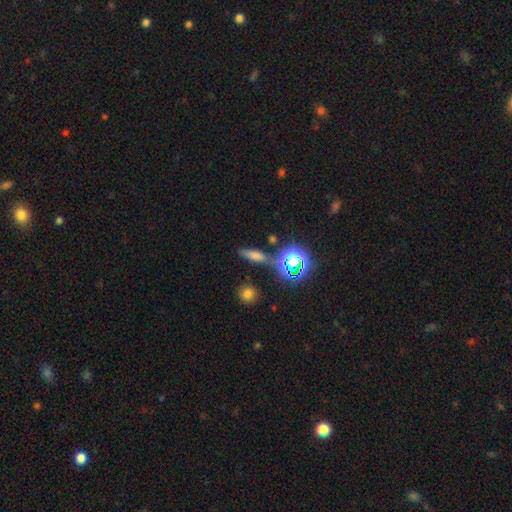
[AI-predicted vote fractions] The model was most divided on "how rounded": cigar-shaped: 56%, in between: 31%, round: 13%. More confident: merging — none (77%); smooth or featured — smooth (56%).